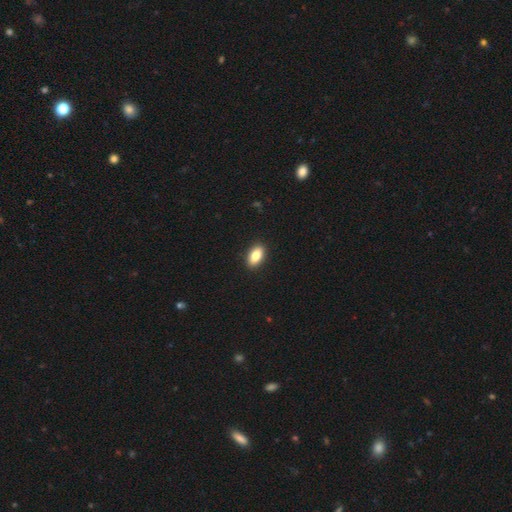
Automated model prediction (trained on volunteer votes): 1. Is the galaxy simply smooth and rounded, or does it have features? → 82% smooth, 11% featured or disk, 7% star or artifact.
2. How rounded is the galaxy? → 90% in between, 5% cigar-shaped, 5% round.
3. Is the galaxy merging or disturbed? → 91% none, 6% minor disturbance, 2% major disturbance, 1% merger.